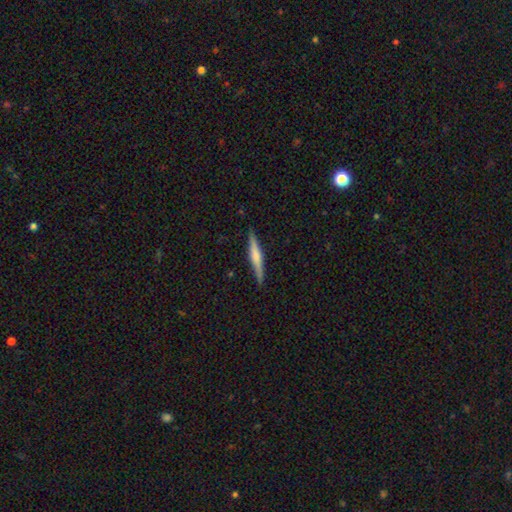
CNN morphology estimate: This is possibly a featured or disk galaxy (49%). Merging: clearly none (88%).